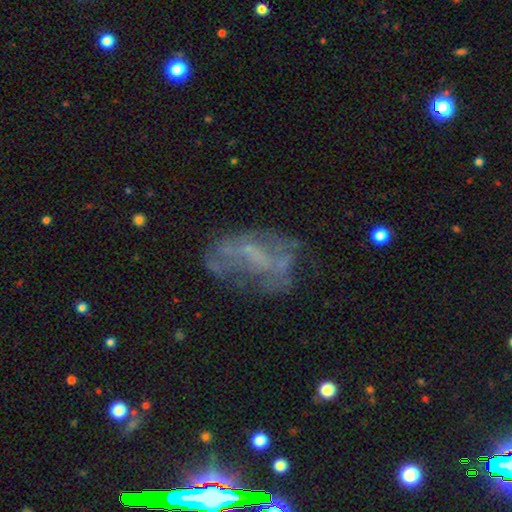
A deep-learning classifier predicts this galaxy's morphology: This is likely a featured or disk galaxy (61%). It is clearly not viewed edge-on (97%). Bar: likely no (63%). Spiral arm pattern: likely no (71%). Central bulge: likely none (61%). Merging: marginally none (43%).